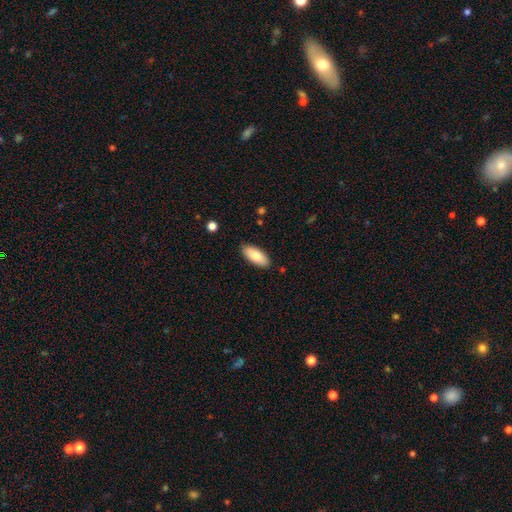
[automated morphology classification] smooth-or-featured: smooth: 83% | featured or disk: 11% | star or artifact: 6%
  how-rounded: in between: 83% | cigar-shaped: 16% | round: 2%
  merging: none: 87% | minor disturbance: 10% | major disturbance: 2% | merger: 1%